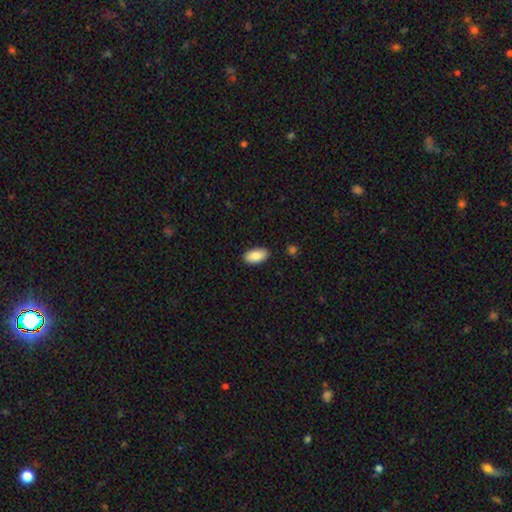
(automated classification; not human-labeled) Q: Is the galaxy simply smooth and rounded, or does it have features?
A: smooth — 88%.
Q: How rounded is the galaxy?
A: in between — 94%.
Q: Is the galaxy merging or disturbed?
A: none — 88%.